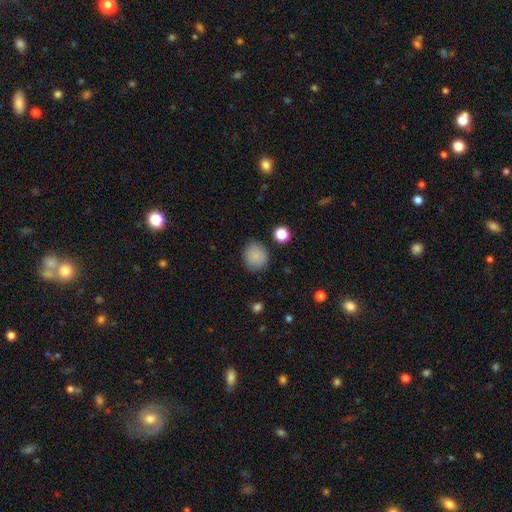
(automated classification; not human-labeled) smooth_or_featured: smooth (p=0.86) [alt: star or artifact p=0.10]
how_rounded: round (p=0.83) [alt: in between p=0.16]
merging: none (p=0.85) [alt: minor disturbance p=0.10]